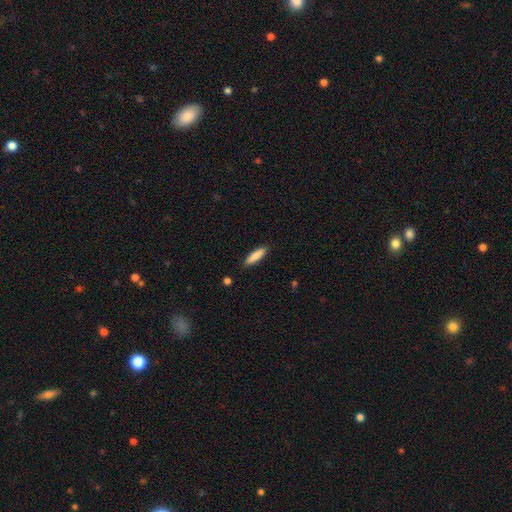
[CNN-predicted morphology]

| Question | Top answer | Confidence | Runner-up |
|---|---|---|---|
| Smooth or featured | smooth | 84% | featured or disk (10%) |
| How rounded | cigar-shaped | 70% | in between (28%) |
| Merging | none | 88% | minor disturbance (9%) |